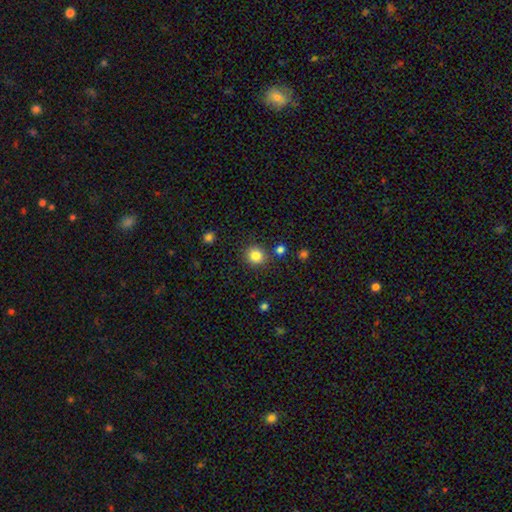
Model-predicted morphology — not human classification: Smooth or featured: smooth — 84% (star or artifact — 11%)
How rounded: round — 87% (in between — 12%)
Merging: none — 85% (minor disturbance — 8%)